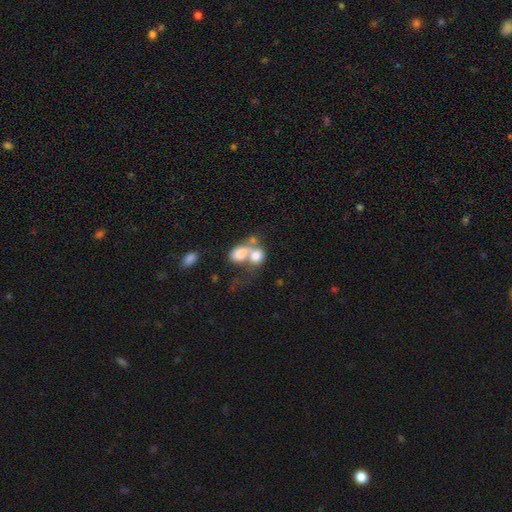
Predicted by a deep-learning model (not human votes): Morphology: type=smooth (70%); roundness=in between (52%); merging=merger (73%).